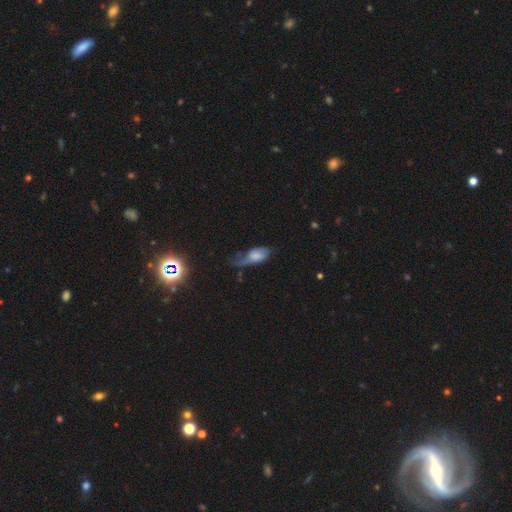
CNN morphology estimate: A smooth galaxy with no disk features (52%) that is in between round and cigar-shaped (86%). Merging: major disturbance (41%).